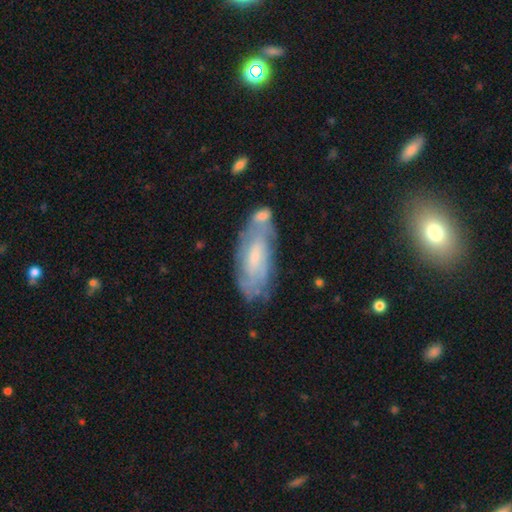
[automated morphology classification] smooth-or-featured: featured or disk: 63% | smooth: 30% | star or artifact: 7%
  disk-edge-on: no: 87% | yes: 13%
    bar: no: 53% | weak: 40% | strong: 8%
    has-spiral-arms: yes: 79% | no: 21%
    bulge-size: small: 59% | moderate: 28% | none: 8% | large: 3% | dominant: 1%
  merging: none: 59% | minor disturbance: 20% | merger: 14% | major disturbance: 7%